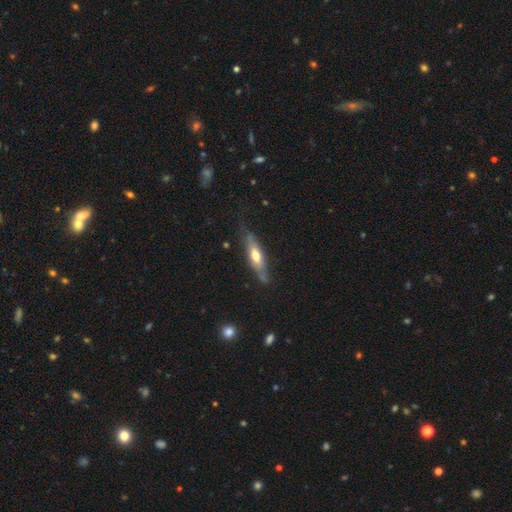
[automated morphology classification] Smooth or featured: featured or disk — 51% (smooth — 43%)
Edge-on disk: yes — 74% (no — 26%)
Merging: none — 68% (minor disturbance — 23%)